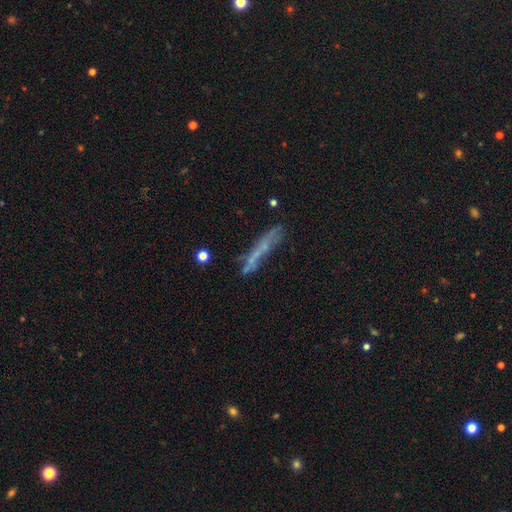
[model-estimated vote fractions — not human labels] Overall: featured or disk (44%; smooth 43%). Merging: none (57%; minor disturbance 21%).